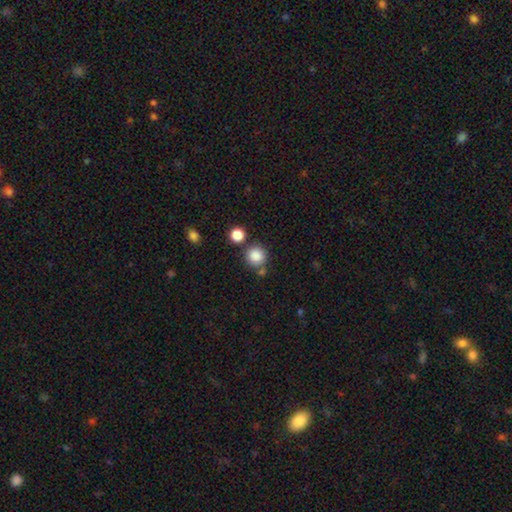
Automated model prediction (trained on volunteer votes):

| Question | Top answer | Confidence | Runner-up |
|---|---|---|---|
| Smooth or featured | smooth | 85% | star or artifact (11%) |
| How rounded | round | 92% | in between (7%) |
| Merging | none | 75% | merger (12%) |